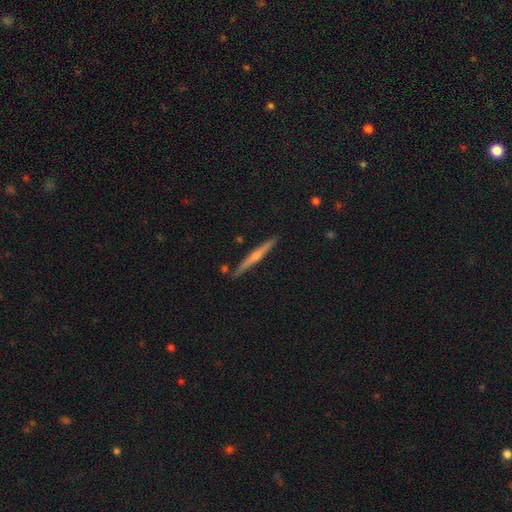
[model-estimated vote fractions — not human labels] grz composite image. It shows a featured or disk galaxy (67%) viewed edge-on (98%) with a rounded central bulge (75%). Merging: none (88%).